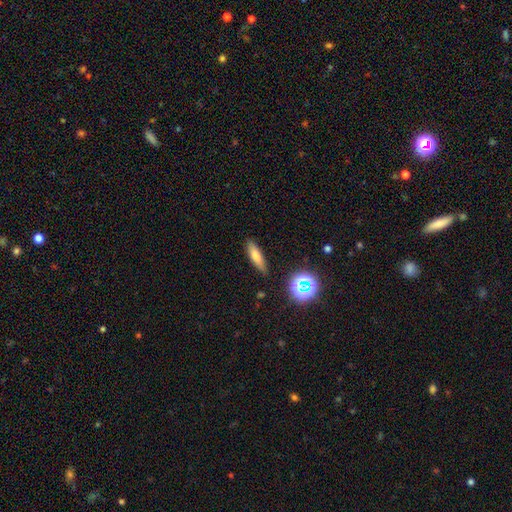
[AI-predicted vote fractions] Morphology: type=smooth (69%); roundness=cigar-shaped (61%); merging=none (85%).